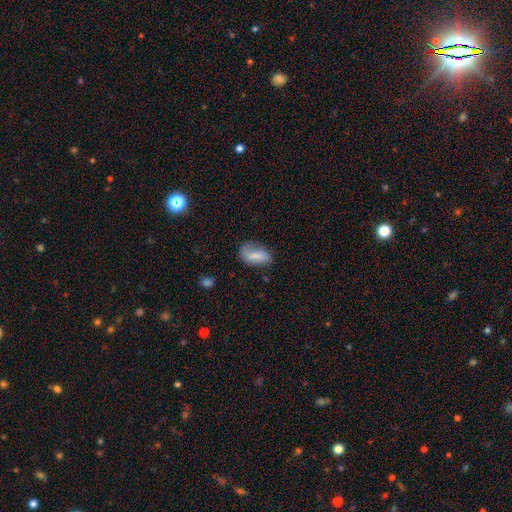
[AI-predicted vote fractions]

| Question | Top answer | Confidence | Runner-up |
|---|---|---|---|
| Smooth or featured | smooth | 67% | featured or disk (25%) |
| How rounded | in between | 88% | cigar-shaped (6%) |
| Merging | none | 54% | minor disturbance (29%) |